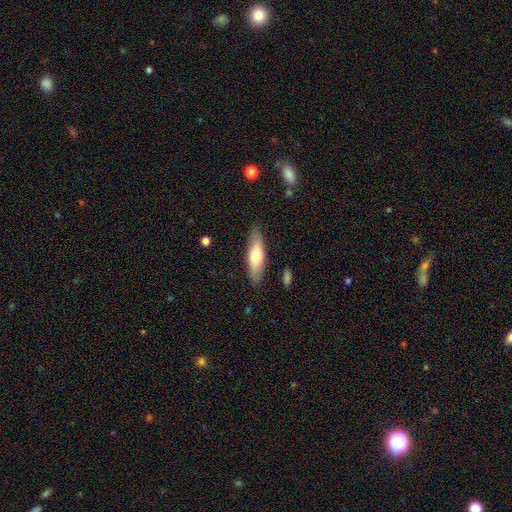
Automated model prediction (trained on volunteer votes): Smooth or featured?
  - smooth: 67% *
  - featured or disk: 28%
  - star or artifact: 5%
How rounded?
  - cigar-shaped: 52% *
  - in between: 46%
  - round: 2%
Merging?
  - none: 87% *
  - minor disturbance: 10%
  - major disturbance: 2%
  - merger: 1%